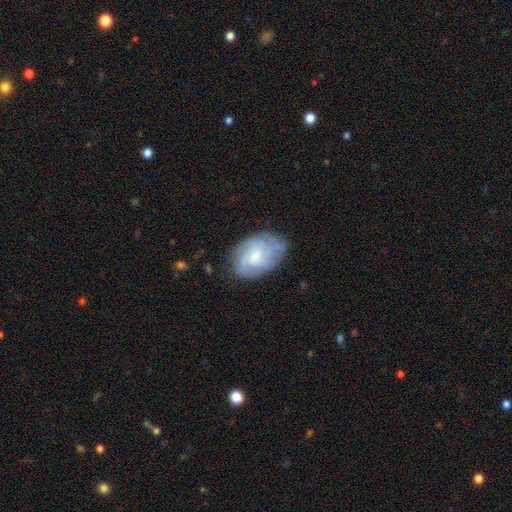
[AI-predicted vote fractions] Q: Smooth or featured?
A: featured or disk (67%); runner-up: smooth (26%)
Q: Edge-on disk?
A: no (97%); runner-up: yes (3%)
Q: Bar?
A: no (61%); runner-up: weak (35%)
Q: Spiral arms?
A: yes (90%); runner-up: no (10%)
Q: Spiral winding?
A: tight (54%); runner-up: medium (35%)
Q: Spiral arm count?
A: can't tell (42%); runner-up: 3 (20%)
Q: Bulge size?
A: small (53%); runner-up: moderate (34%)
Q: Merging?
A: none (73%); runner-up: minor disturbance (20%)